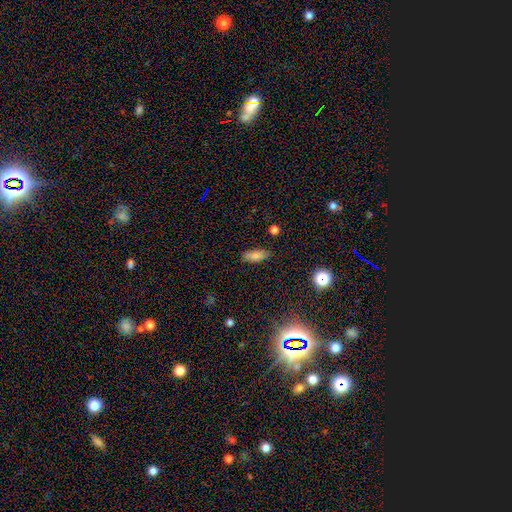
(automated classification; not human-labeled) A smooth galaxy with no disk features (81%) that is in between round and cigar-shaped (77%).

Vote fractions:
- Smooth or featured? smooth: 81% / star or artifact: 10% / featured or disk: 10%
- How rounded? in between: 77% / cigar-shaped: 20% / round: 3%
- Merging? none: 84% / minor disturbance: 12% / major disturbance: 3% / merger: 2%